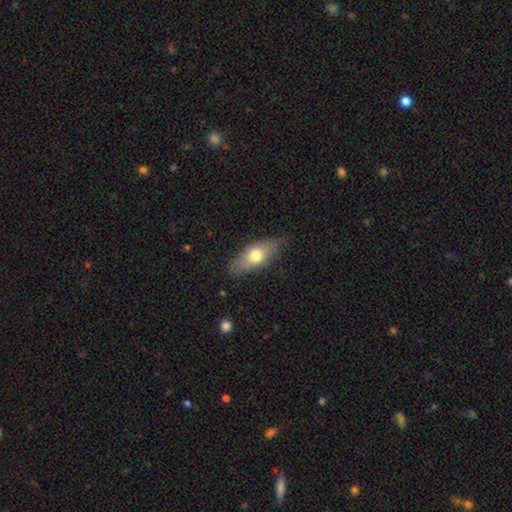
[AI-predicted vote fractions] Smooth or featured? Predicted: smooth (p=0.63). How rounded? Predicted: in between (p=0.73). Merging? Predicted: none (p=0.76).